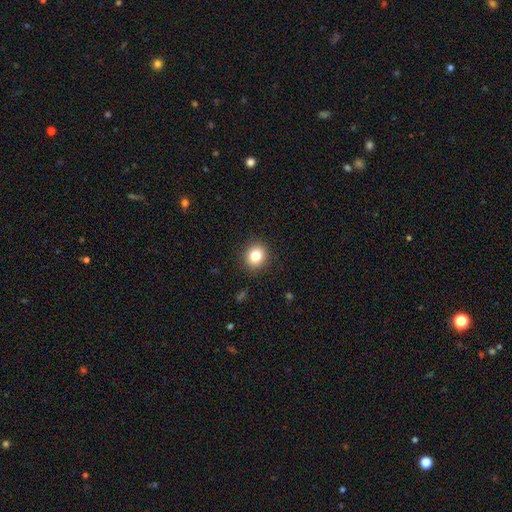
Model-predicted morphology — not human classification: type=smooth (81%); roundness=round (82%); merging=none (90%).